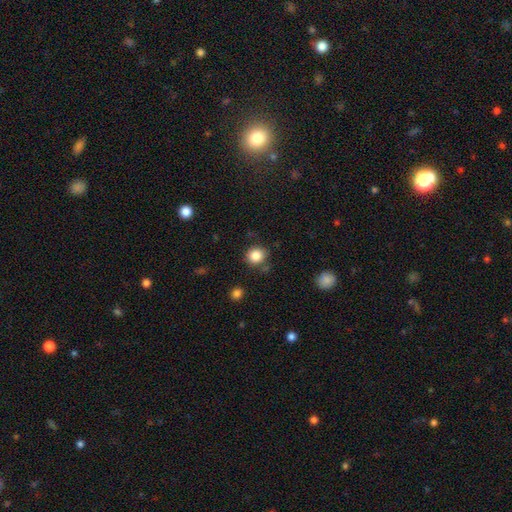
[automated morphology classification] The model was most divided on "how rounded": round: 83%, in between: 16%, cigar-shaped: 1%. More confident: smooth or featured — smooth (85%); merging — none (80%).